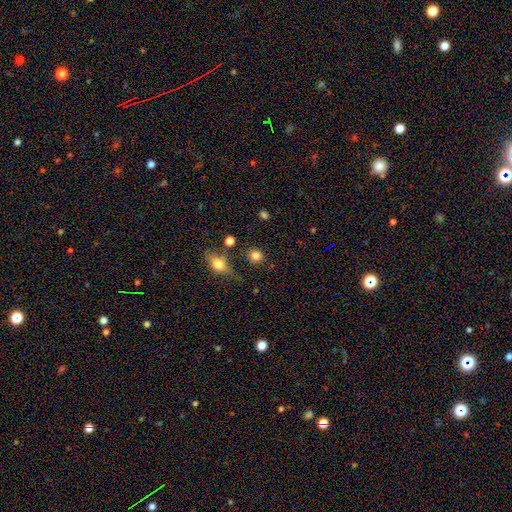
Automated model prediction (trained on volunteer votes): This is clearly a smooth galaxy (82%). How rounded: likely round (80%). Merging: likely none (79%).